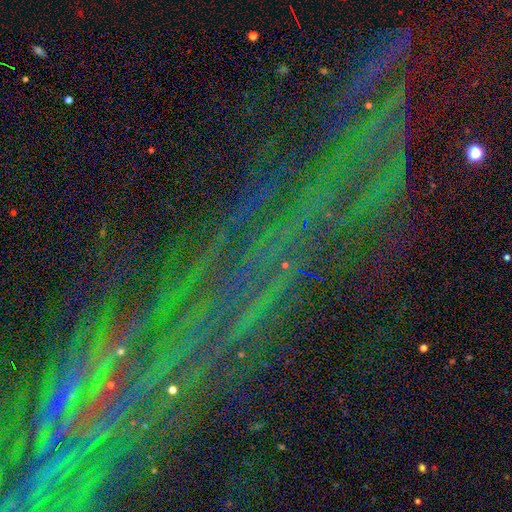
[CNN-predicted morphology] A star or artifact, not a galaxy (84%).